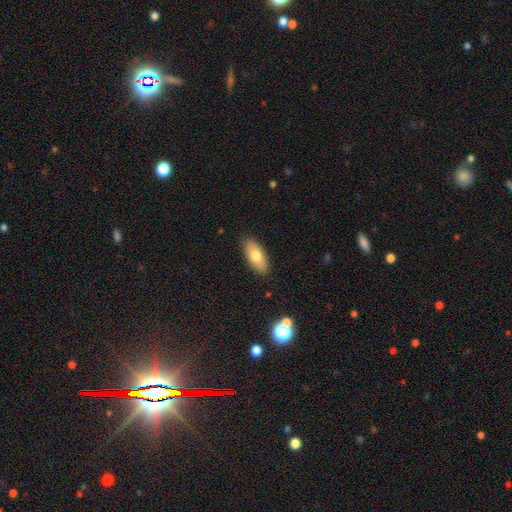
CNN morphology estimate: Smooth or featured: smooth — 73% (featured or disk — 20%)
How rounded: in between — 82% (cigar-shaped — 15%)
Merging: none — 87% (minor disturbance — 10%)